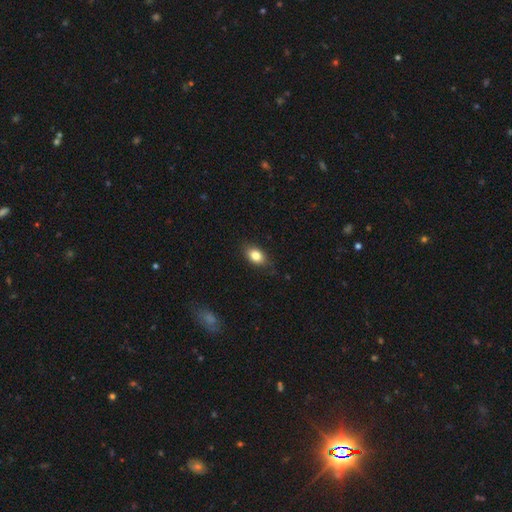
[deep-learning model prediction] A smooth galaxy with no disk features (82%) that is in between round and cigar-shaped (81%).

Vote fractions:
- Smooth or featured? smooth: 82% / featured or disk: 9% / star or artifact: 9%
- How rounded? in between: 81% / round: 16% / cigar-shaped: 2%
- Merging? none: 81% / minor disturbance: 15% / major disturbance: 3% / merger: 1%